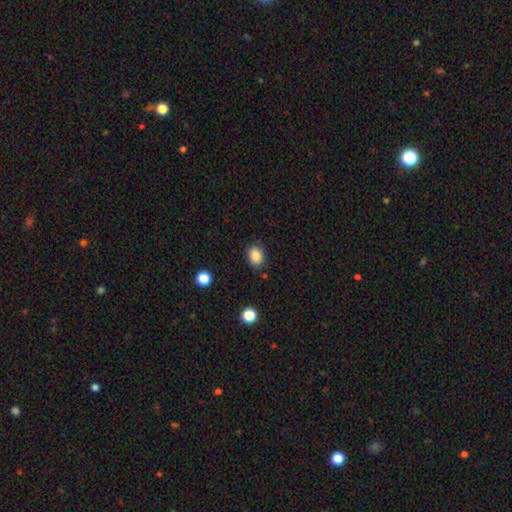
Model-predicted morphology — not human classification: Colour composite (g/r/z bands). It shows a smooth galaxy with no disk features (87%) that is in between round and cigar-shaped (68%). Merging: none (84%).